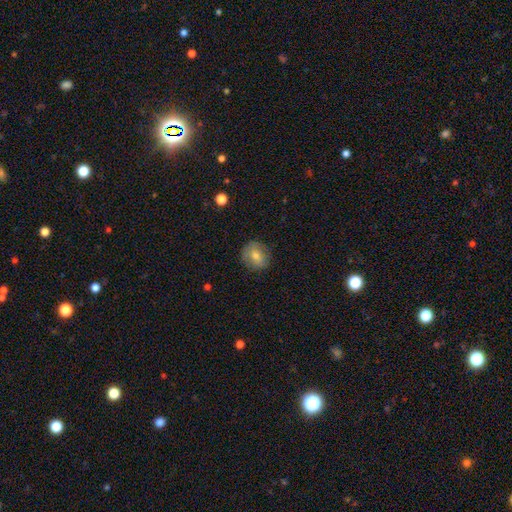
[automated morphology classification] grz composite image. It shows a smooth galaxy with no disk features (65%) that is round (80%). Merging: none (82%).